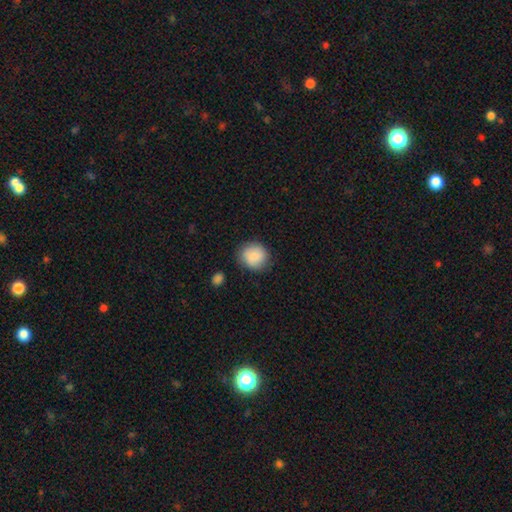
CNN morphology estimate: Smooth or featured? Predicted: smooth (p=0.86). How rounded? Predicted: round (p=0.86). Merging? Predicted: none (p=0.81).